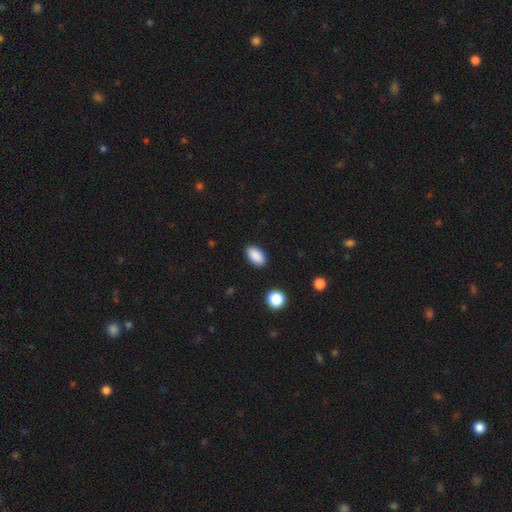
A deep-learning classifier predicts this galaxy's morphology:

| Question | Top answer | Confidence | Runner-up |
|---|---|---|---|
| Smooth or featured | smooth | 89% | star or artifact (8%) |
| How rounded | in between | 93% | round (4%) |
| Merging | none | 89% | minor disturbance (8%) |